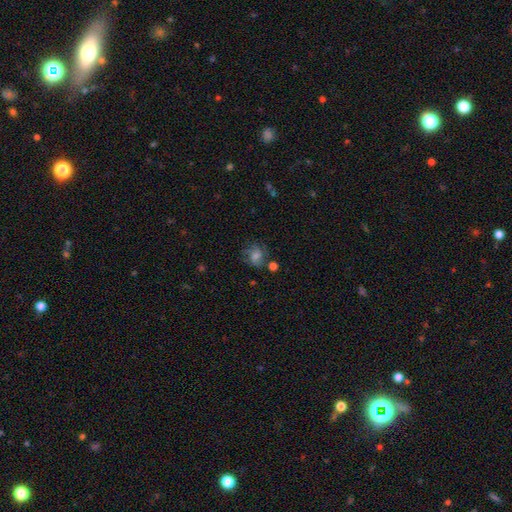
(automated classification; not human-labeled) Overall: smooth (43%; featured or disk 41%). Merging: none (61%).